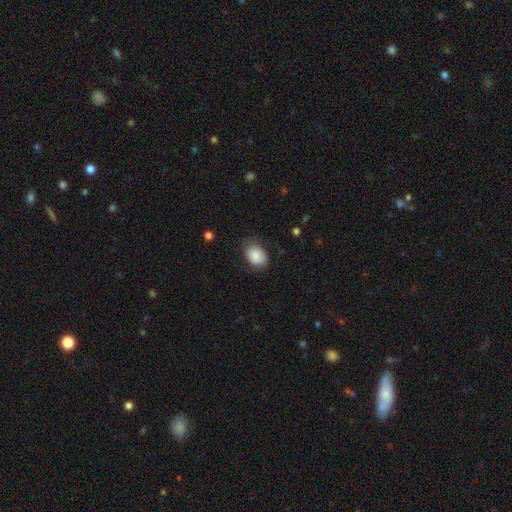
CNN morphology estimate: The model was most divided on "merging": none: 67%, minor disturbance: 25%, major disturbance: 7%, merger: 1%. More confident: smooth or featured — smooth (85%); how rounded — in between (71%).